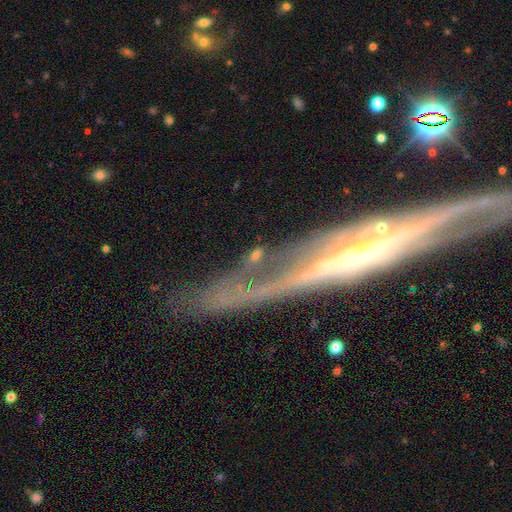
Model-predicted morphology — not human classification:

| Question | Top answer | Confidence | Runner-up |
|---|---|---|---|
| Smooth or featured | featured or disk | 47% | star or artifact (27%) |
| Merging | none | 48% | major disturbance (20%) |